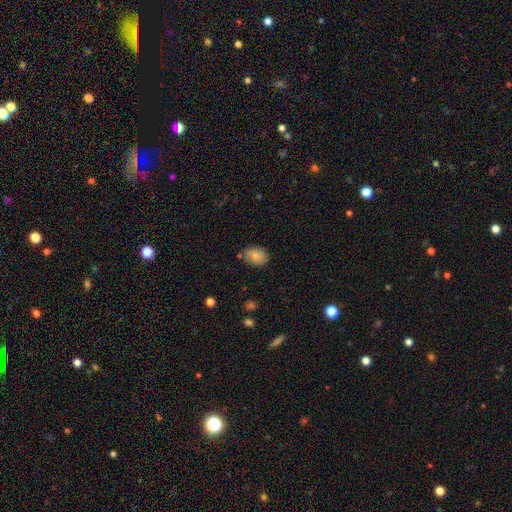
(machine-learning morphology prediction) Q: Smooth or featured?
A: smooth (83%); runner-up: featured or disk (9%)
Q: How rounded?
A: in between (77%); runner-up: round (22%)
Q: Merging?
A: none (73%); runner-up: minor disturbance (19%)